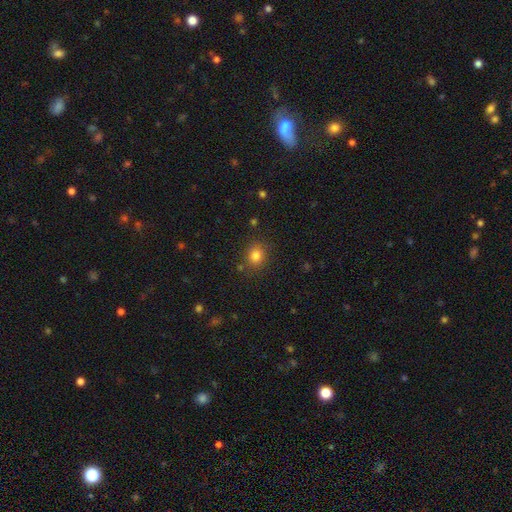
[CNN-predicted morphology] Overall: smooth (80%). How rounded: round (70%). Merging: none (82%).